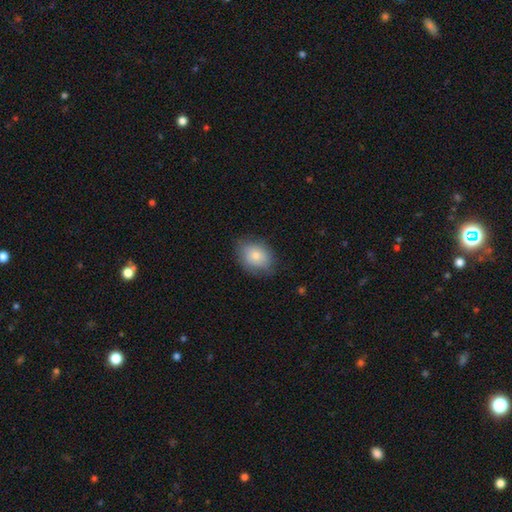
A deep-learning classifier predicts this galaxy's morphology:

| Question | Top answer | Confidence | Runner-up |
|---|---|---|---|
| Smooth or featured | smooth | 79% | featured or disk (13%) |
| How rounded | in between | 63% | round (36%) |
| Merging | none | 75% | minor disturbance (19%) |